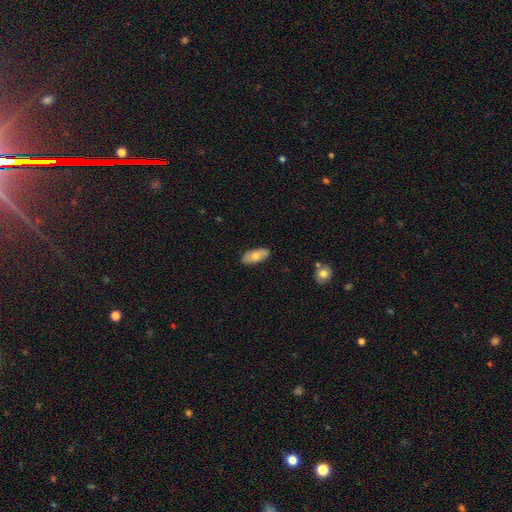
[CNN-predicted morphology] smooth-or-featured: smooth: 68% | featured or disk: 26% | star or artifact: 6%
  how-rounded: in between: 86% | cigar-shaped: 11% | round: 3%
  merging: none: 86% | minor disturbance: 11% | major disturbance: 2% | merger: 1%